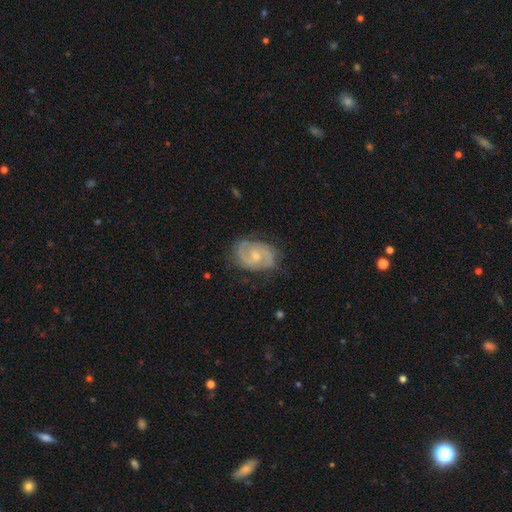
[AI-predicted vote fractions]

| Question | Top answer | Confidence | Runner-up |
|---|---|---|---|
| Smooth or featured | featured or disk | 84% | smooth (11%) |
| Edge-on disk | no | 97% | yes (3%) |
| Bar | no | 58% | weak (36%) |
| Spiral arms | yes | 95% | no (5%) |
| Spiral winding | tight | 47% | medium (43%) |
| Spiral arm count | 2 | 81% | can't tell (9%) |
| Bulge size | small | 53% | moderate (43%) |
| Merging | none | 75% | minor disturbance (19%) |